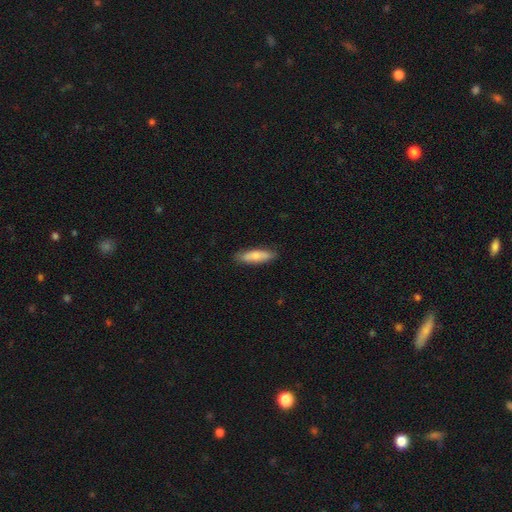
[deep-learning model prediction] This is likely a smooth galaxy (76%). How rounded: possibly cigar-shaped (57%). Merging: clearly none (84%).